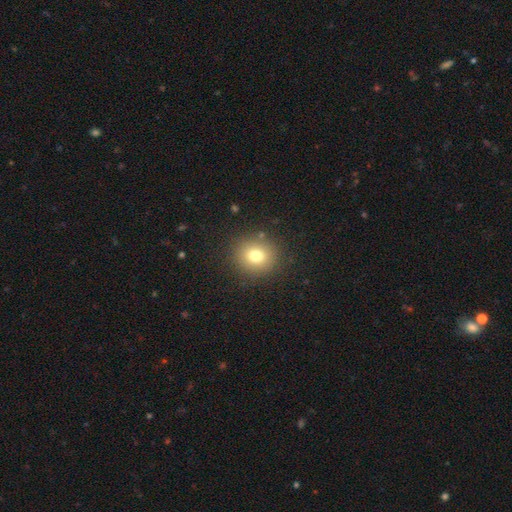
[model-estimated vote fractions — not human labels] Smooth or featured? Predicted: smooth (p=0.75). How rounded? Predicted: round (p=0.85). Merging? Predicted: none (p=0.88).